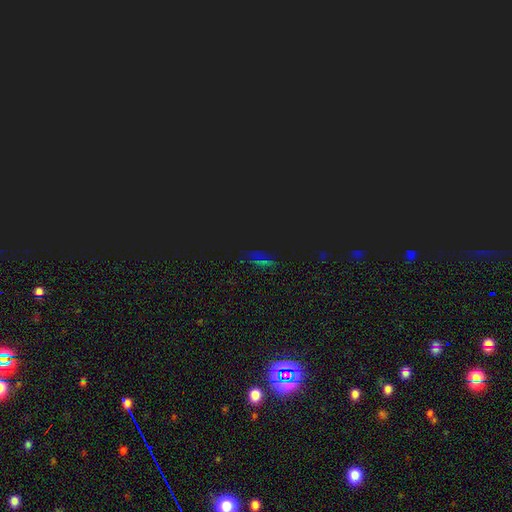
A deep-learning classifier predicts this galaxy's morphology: star or artifact 68%, smooth 22%, featured or disk 10%.